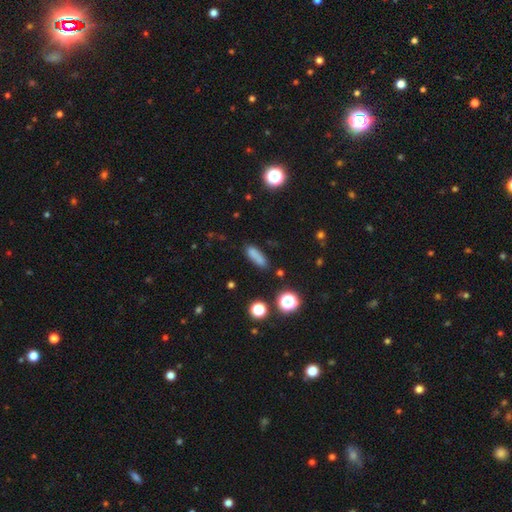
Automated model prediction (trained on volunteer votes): The model was most divided on "how rounded": in between: 49%, cigar-shaped: 46%, round: 5%. More confident: smooth or featured — smooth (78%); merging — none (75%).